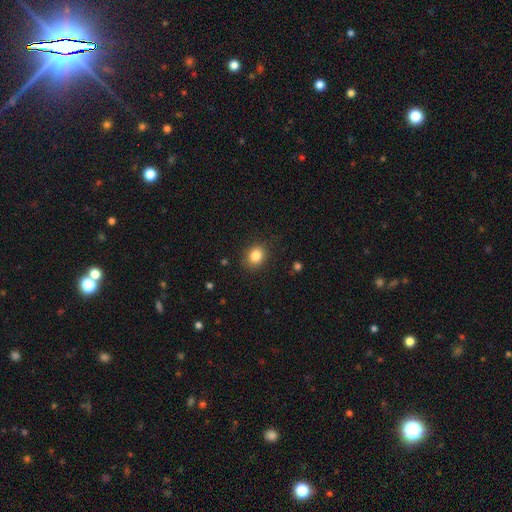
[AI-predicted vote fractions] A smooth galaxy with no disk features (84%) that is round (57%). Merging: none (86%).